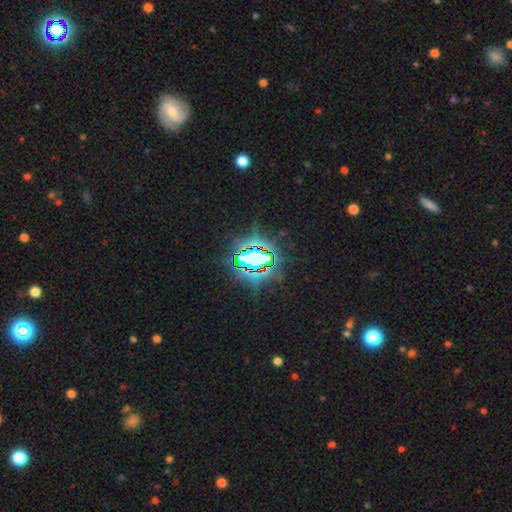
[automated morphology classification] Q: Smooth or featured?
A: star or artifact (84%); runner-up: smooth (9%)